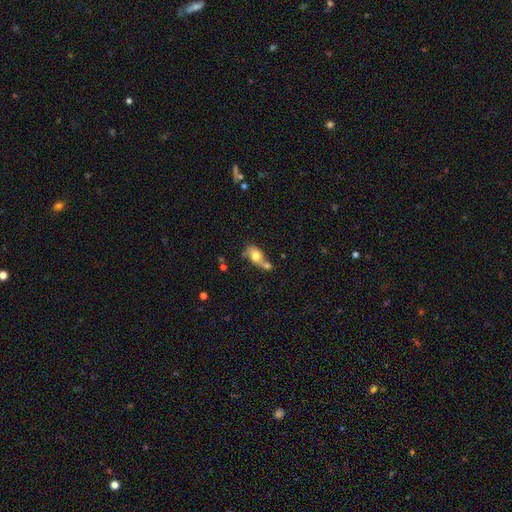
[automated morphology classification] The model was most divided on "merging": merger: 52%, none: 25%, minor disturbance: 14%, major disturbance: 9%. More confident: how rounded — in between (67%); smooth or featured — smooth (65%).